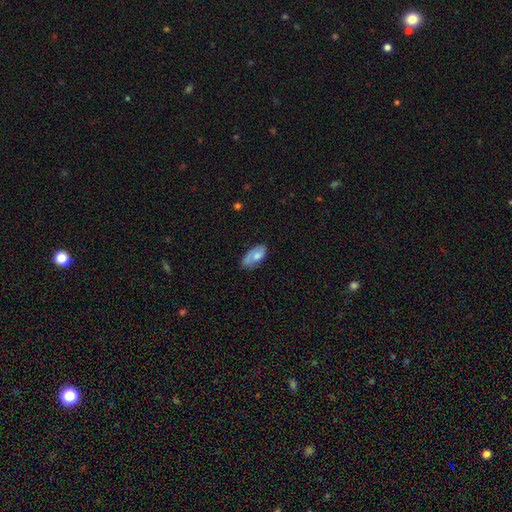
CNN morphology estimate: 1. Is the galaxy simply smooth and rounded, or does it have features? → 60% smooth, 33% featured or disk, 7% star or artifact.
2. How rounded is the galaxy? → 92% in between, 5% cigar-shaped, 3% round.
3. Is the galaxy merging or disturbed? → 63% none, 26% minor disturbance, 8% major disturbance, 2% merger.